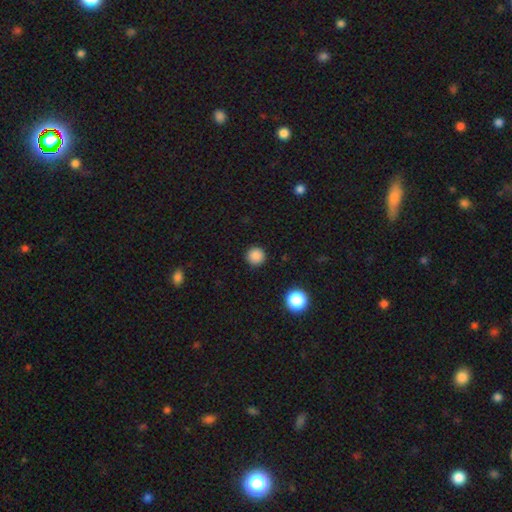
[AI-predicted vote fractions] Smooth or featured? smooth (86%)
How rounded? round (95%)
Merging? none (91%)